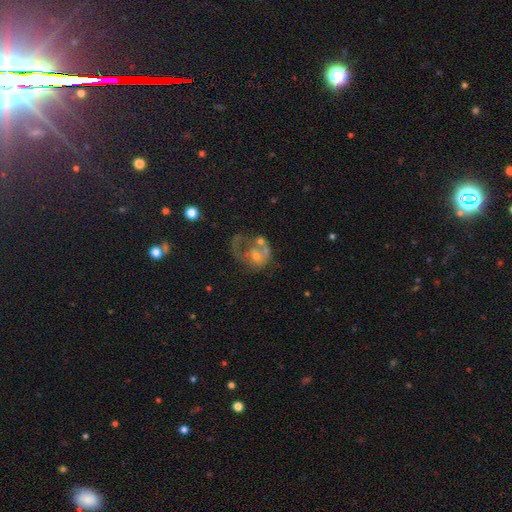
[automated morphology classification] Smooth or featured: featured or disk — 60% (smooth — 24%)
Edge-on disk: no — 98% (yes — 2%)
Bar: no — 85% (weak — 13%)
Spiral arms: no — 69% (yes — 31%)
Bulge size: small — 38% (moderate — 35%)
Merging: major disturbance — 34% (none — 27%)